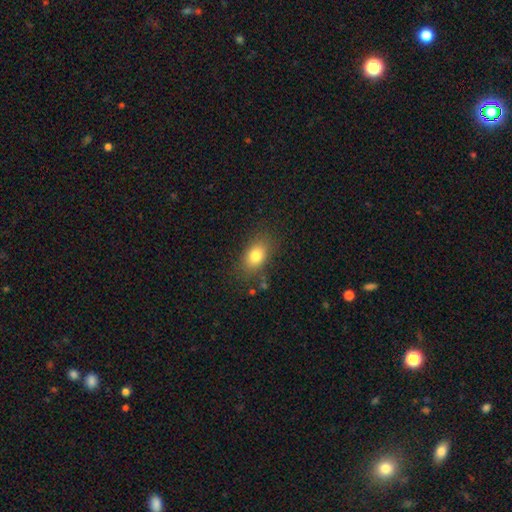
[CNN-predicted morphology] Smooth or featured: smooth — 80% (featured or disk — 10%)
How rounded: in between — 78% (round — 19%)
Merging: none — 80% (minor disturbance — 13%)